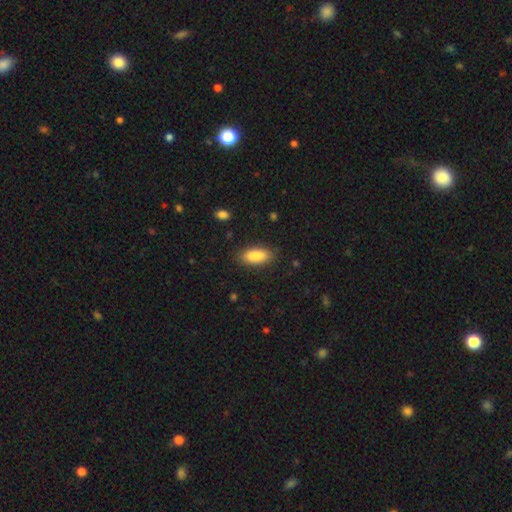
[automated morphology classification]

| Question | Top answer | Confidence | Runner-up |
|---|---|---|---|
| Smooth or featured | smooth | 87% | star or artifact (6%) |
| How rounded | in between | 81% | cigar-shaped (17%) |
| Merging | none | 87% | minor disturbance (10%) |